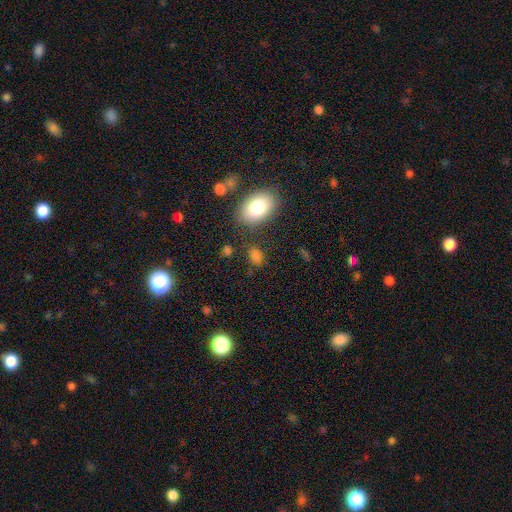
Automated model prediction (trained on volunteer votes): This appears to be a smooth galaxy with no disk features (80%) that is in between round and cigar-shaped (75%). Merging: none (72%).